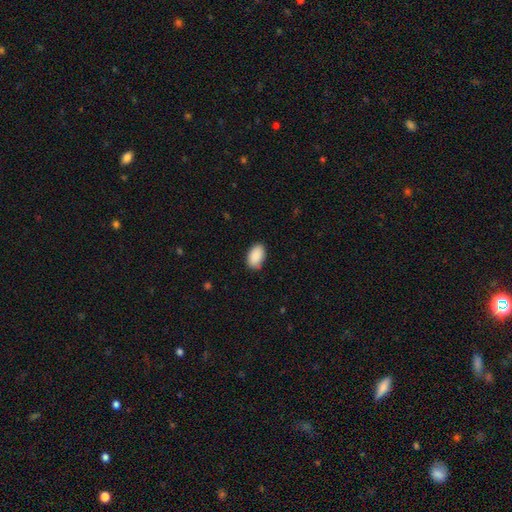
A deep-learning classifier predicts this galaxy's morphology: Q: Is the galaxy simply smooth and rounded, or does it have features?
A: smooth — 91%.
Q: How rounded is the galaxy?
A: in between — 93%.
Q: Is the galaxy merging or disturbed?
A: none — 84%.